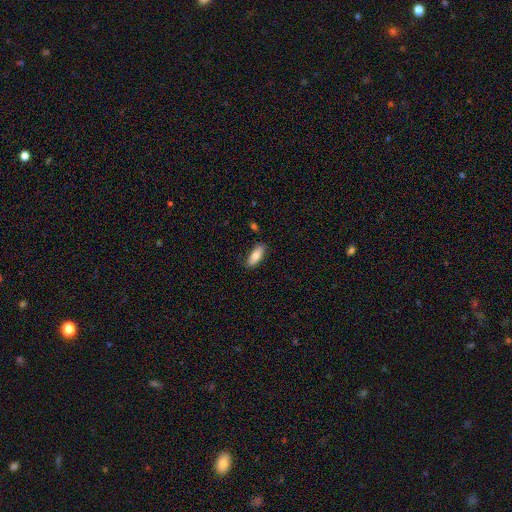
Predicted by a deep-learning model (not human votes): Smooth or featured?
  - smooth: 80% *
  - featured or disk: 13%
  - star or artifact: 6%
How rounded?
  - in between: 72% *
  - cigar-shaped: 26%
  - round: 2%
Merging?
  - none: 82% *
  - minor disturbance: 13%
  - major disturbance: 2%
  - merger: 2%